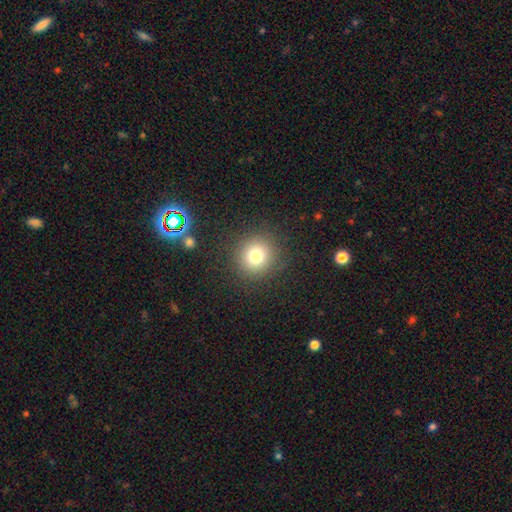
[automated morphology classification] The model was most divided on "smooth or featured": smooth: 76%, star or artifact: 15%, featured or disk: 9%. More confident: how rounded — round (92%); merging — none (88%).